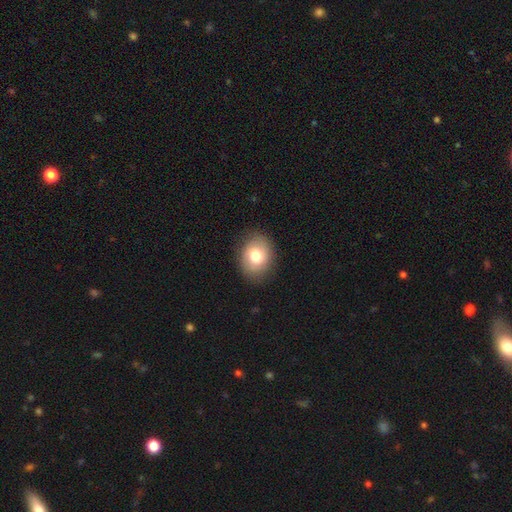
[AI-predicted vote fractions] Smooth or featured?
  - smooth: 77% *
  - featured or disk: 15%
  - star or artifact: 7%
How rounded?
  - in between: 59% *
  - round: 40%
  - cigar-shaped: 1%
Merging?
  - none: 84% *
  - minor disturbance: 12%
  - major disturbance: 3%
  - merger: 1%